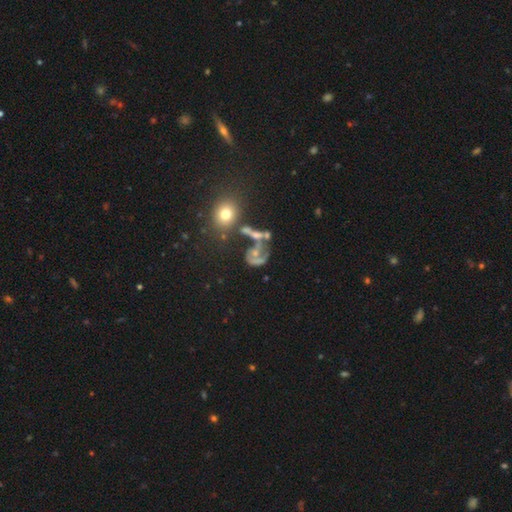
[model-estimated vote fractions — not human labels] A featured or disk galaxy (56%) with no bar (72%), spiral arms (50%, tied with no) and a small central bulge (38%).

Vote fractions:
- Smooth or featured? featured or disk: 56% / smooth: 29% / star or artifact: 15%
- Edge-on disk? no: 96% / yes: 4%
- Bar? no: 72% / weak: 20% / strong: 8%
- Spiral arms? yes: 50% (tied) / no: 50% (tied)
- Bulge size? small: 38% / moderate: 33% / none: 23% / large: 4% / dominant: 2%
- Merging? major disturbance: 33% / merger: 30% / none: 24% / minor disturbance: 14%